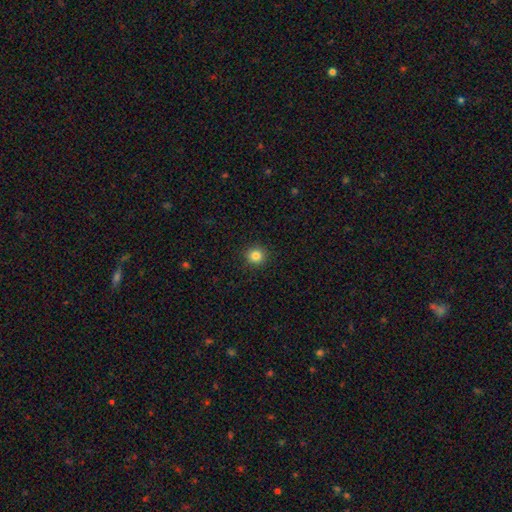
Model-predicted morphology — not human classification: Overall: smooth (83%). How rounded: round (93%). Merging: none (92%).